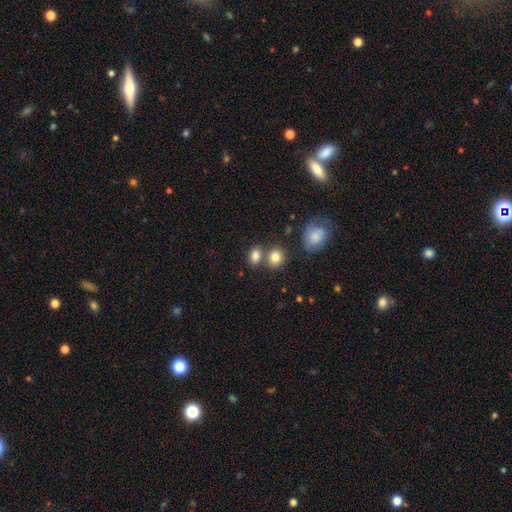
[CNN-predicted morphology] This is clearly a smooth galaxy (83%). How rounded: likely in between (63%). Merging: possibly none (55%).